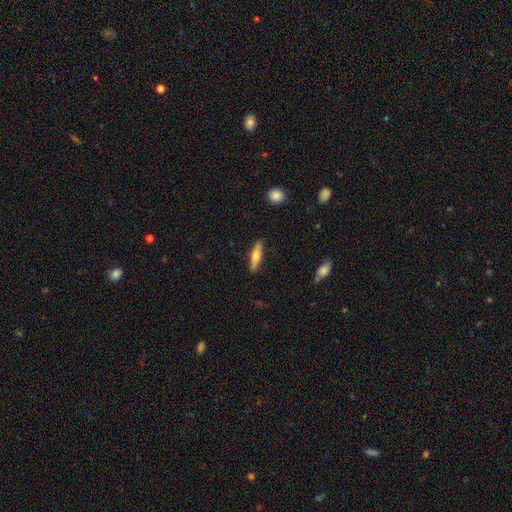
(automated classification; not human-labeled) Smooth or featured? smooth (54%)
How rounded? cigar-shaped (72%)
Merging? none (88%)